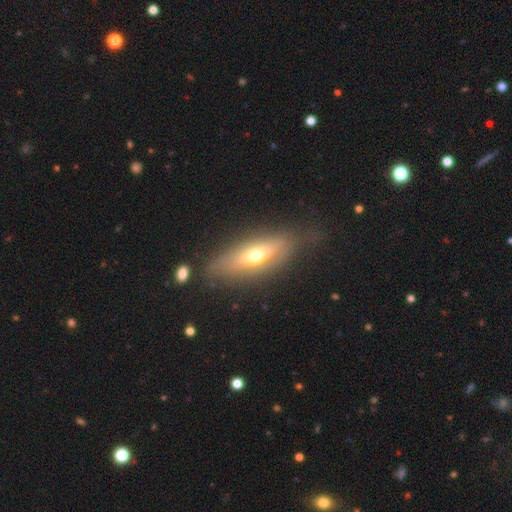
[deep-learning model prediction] Smooth or featured?
  - featured or disk: 48% *
  - smooth: 45%
  - star or artifact: 8%
Merging?
  - none: 70% *
  - minor disturbance: 20%
  - major disturbance: 7%
  - merger: 3%